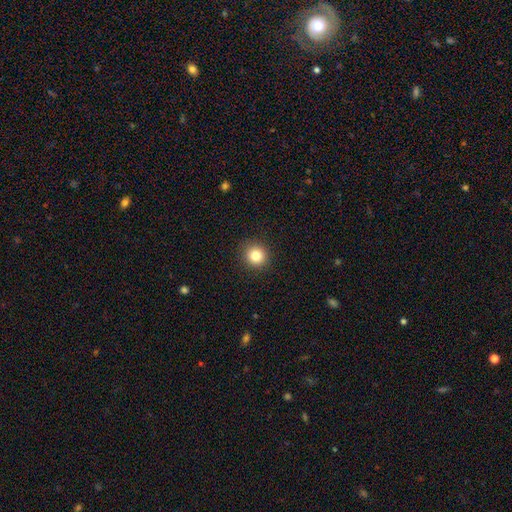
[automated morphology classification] Smooth or featured? Predicted: smooth (p=0.83). How rounded? Predicted: round (p=0.91). Merging? Predicted: none (p=0.91).